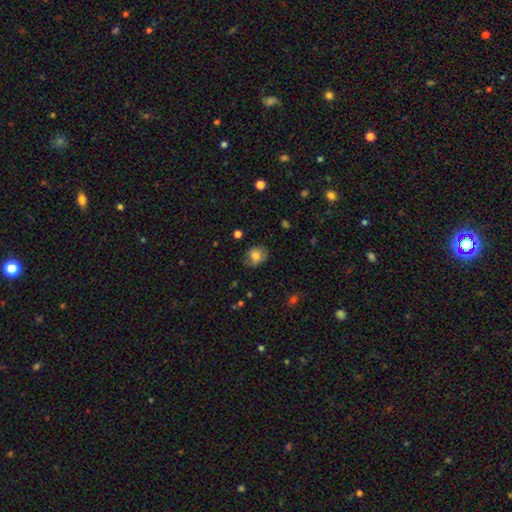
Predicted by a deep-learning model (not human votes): Smooth or featured?
  - smooth: 71% *
  - featured or disk: 19%
  - star or artifact: 9%
How rounded?
  - round: 54% *
  - in between: 45%
  - cigar-shaped: 1%
Merging?
  - none: 61% *
  - minor disturbance: 27%
  - major disturbance: 10%
  - merger: 1%